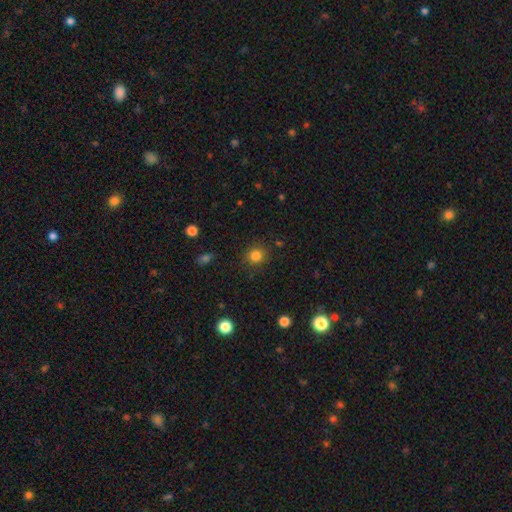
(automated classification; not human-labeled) Smooth or featured? Predicted: smooth (p=0.82). How rounded? Predicted: round (p=0.88). Merging? Predicted: none (p=0.88).